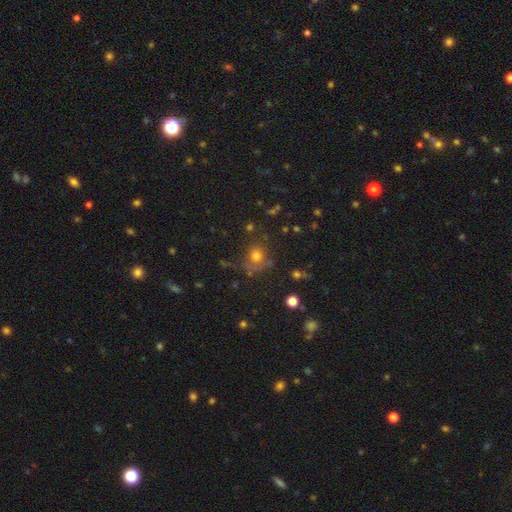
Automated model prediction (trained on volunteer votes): Smooth or featured?
  - smooth: 66% *
  - star or artifact: 22%
  - featured or disk: 12%
How rounded?
  - round: 82% *
  - in between: 17%
  - cigar-shaped: 1%
Merging?
  - none: 65% *
  - minor disturbance: 17%
  - major disturbance: 11%
  - merger: 6%